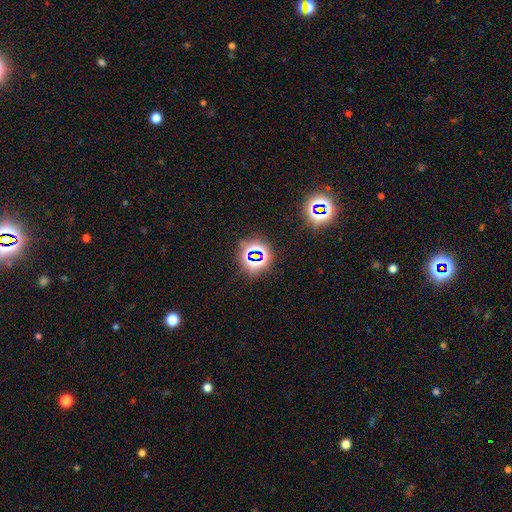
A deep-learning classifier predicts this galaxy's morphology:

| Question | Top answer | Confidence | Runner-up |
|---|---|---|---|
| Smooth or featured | star or artifact | 71% | smooth (20%) |